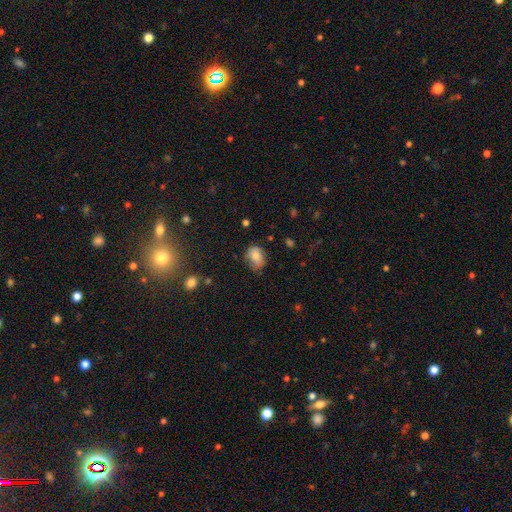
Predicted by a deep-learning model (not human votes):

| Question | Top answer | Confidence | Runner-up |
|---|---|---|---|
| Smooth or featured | smooth | 75% | featured or disk (16%) |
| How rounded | in between | 66% | round (32%) |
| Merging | none | 63% | minor disturbance (29%) |